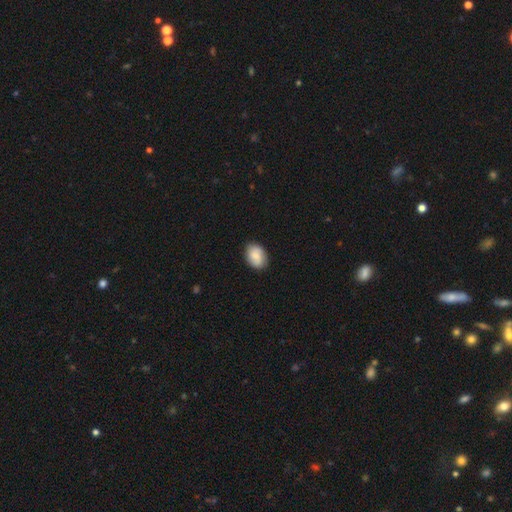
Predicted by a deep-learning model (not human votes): smooth_or_featured: smooth (p=0.75) [alt: featured or disk p=0.18]
how_rounded: in between (p=0.76) [alt: round p=0.23]
merging: none (p=0.83) [alt: minor disturbance p=0.13]